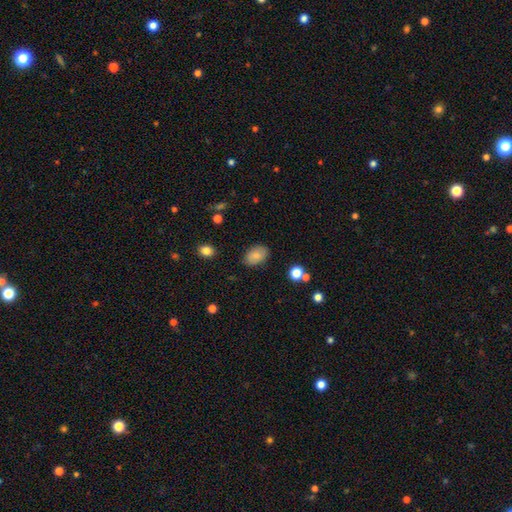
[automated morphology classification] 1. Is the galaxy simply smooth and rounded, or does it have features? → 83% smooth, 9% featured or disk, 8% star or artifact.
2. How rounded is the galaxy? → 87% in between, 11% round, 1% cigar-shaped.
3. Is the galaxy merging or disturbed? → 84% none, 11% minor disturbance, 3% major disturbance, 1% merger.